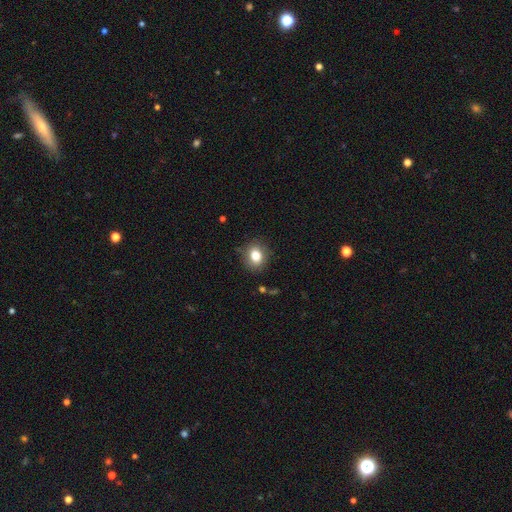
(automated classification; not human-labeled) smooth 80%, star or artifact 11%, featured or disk 9%. Down the decision tree: how rounded — round (66%); merging — none (85%).